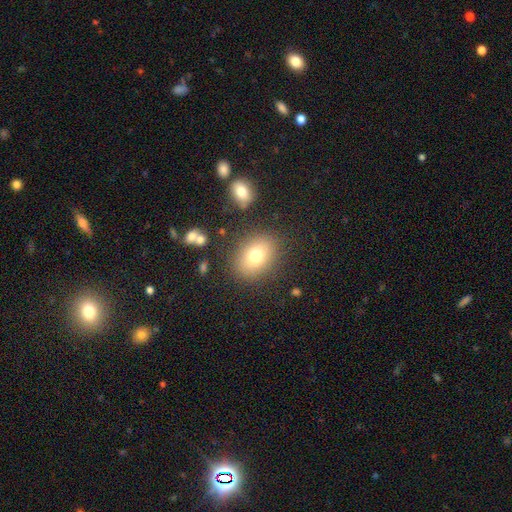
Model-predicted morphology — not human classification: This is likely a smooth galaxy (75%). How rounded: likely in between (61%). Merging: clearly none (82%).